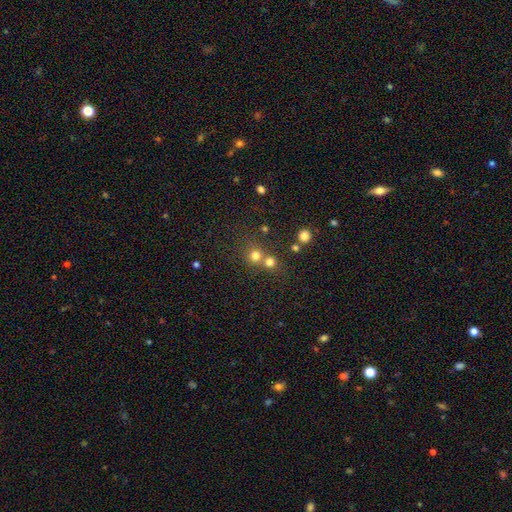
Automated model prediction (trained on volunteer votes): Smooth or featured: smooth — 75% (star or artifact — 17%)
How rounded: round — 91% (in between — 8%)
Merging: none — 55% (merger — 37%)